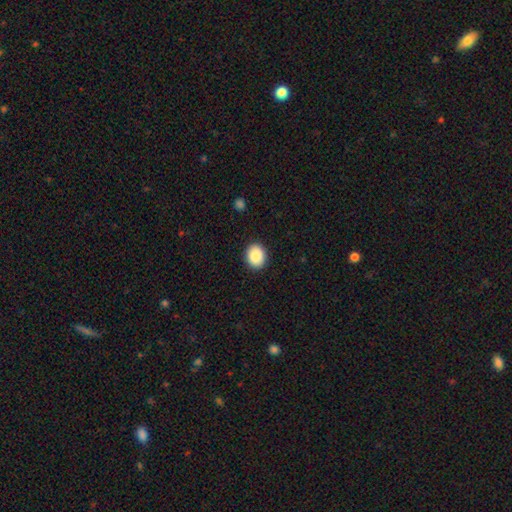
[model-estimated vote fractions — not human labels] smooth_or_featured: smooth (p=0.89) [alt: star or artifact p=0.07]
how_rounded: round (p=0.54) [alt: in between p=0.45]
merging: none (p=0.91) [alt: minor disturbance p=0.06]